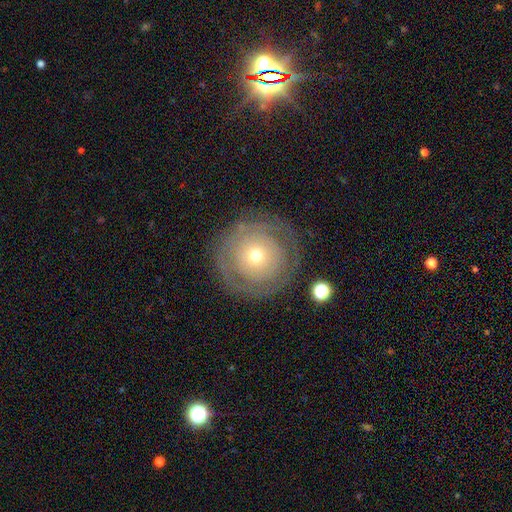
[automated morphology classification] type=featured or disk (51%); edge-on=no (96%); merging=none (79%).